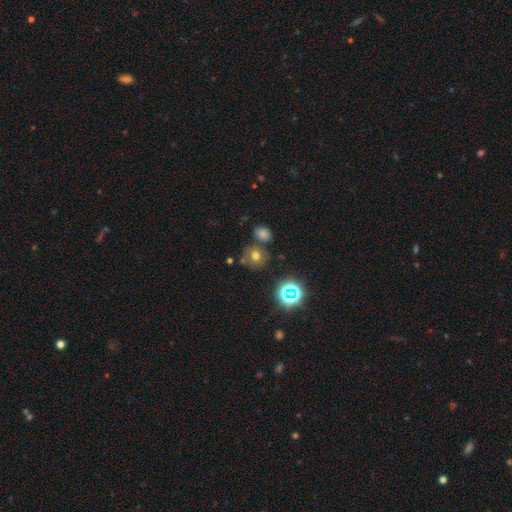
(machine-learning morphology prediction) Q: Smooth or featured?
A: smooth (62%); runner-up: star or artifact (24%)
Q: How rounded?
A: round (82%); runner-up: in between (17%)
Q: Merging?
A: none (69%); runner-up: merger (15%)